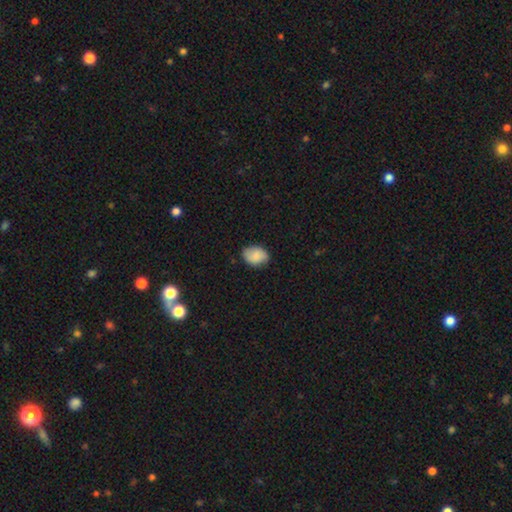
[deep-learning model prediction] Smooth or featured? smooth (82%)
How rounded? in between (73%)
Merging? none (80%)